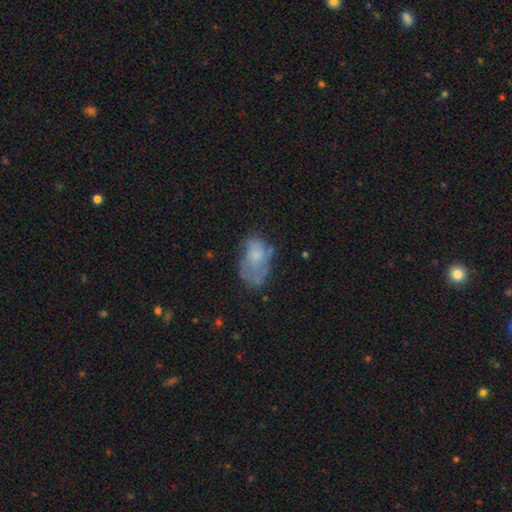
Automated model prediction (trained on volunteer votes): Smooth or featured?
  - smooth: 54% *
  - featured or disk: 36%
  - star or artifact: 10%
How rounded?
  - in between: 89% *
  - round: 9%
  - cigar-shaped: 2%
Merging?
  - none: 40% *
  - minor disturbance: 30%
  - major disturbance: 25%
  - merger: 5%